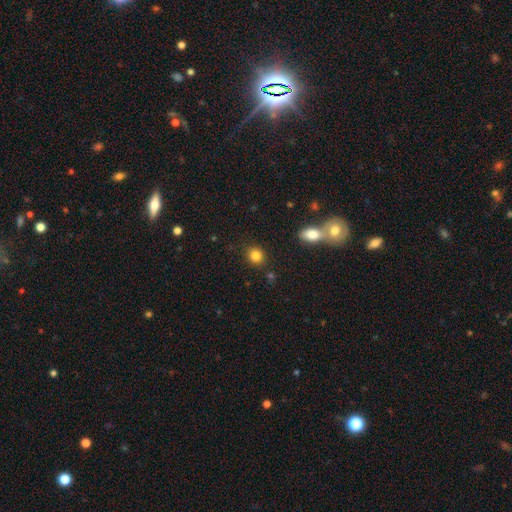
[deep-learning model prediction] Morphology: type=smooth (84%); roundness=round (78%); merging=none (86%).